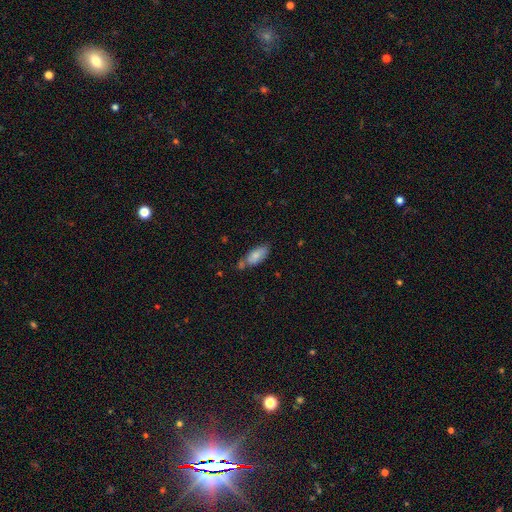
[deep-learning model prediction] This appears to be a smooth galaxy with no disk features (81%) that is in between round and cigar-shaped (85%). Merging: none (53%).